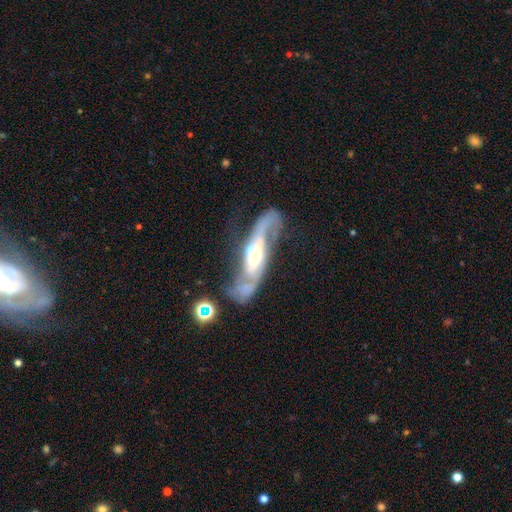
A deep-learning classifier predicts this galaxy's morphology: featured or disk 81%, smooth 13%, star or artifact 7%. Down the decision tree: edge-on disk — no (83%); bar — weak (35%); spiral arms — yes (88%); spiral arm count — 2 (78%); spiral winding — loose (47%); bulge size — moderate (48%); merging — none (37%).